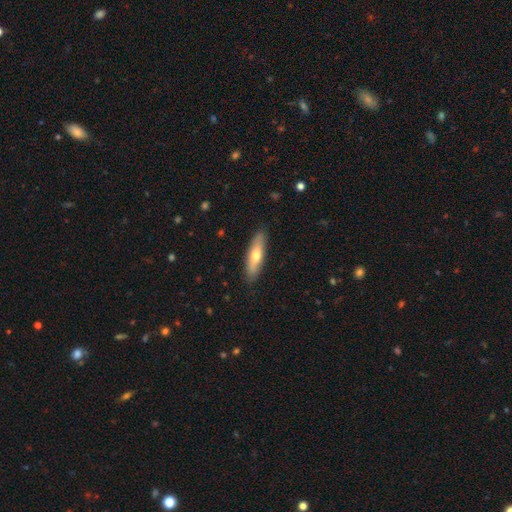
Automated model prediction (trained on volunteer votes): A smooth galaxy with no disk features (61%) that is cigar-shaped (64%). Merging: none (87%).